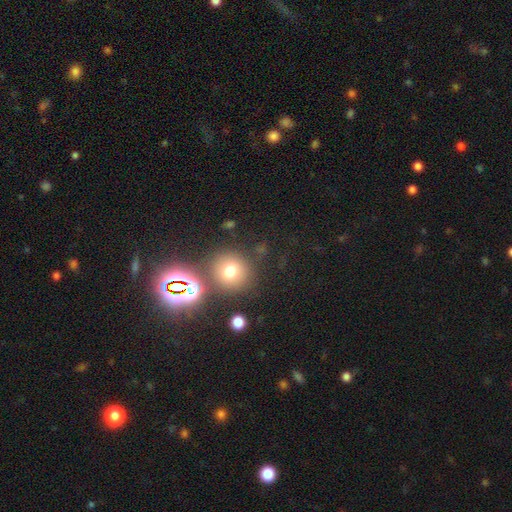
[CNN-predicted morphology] Smooth or featured?
  - star or artifact: 59% *
  - smooth: 32%
  - featured or disk: 8%